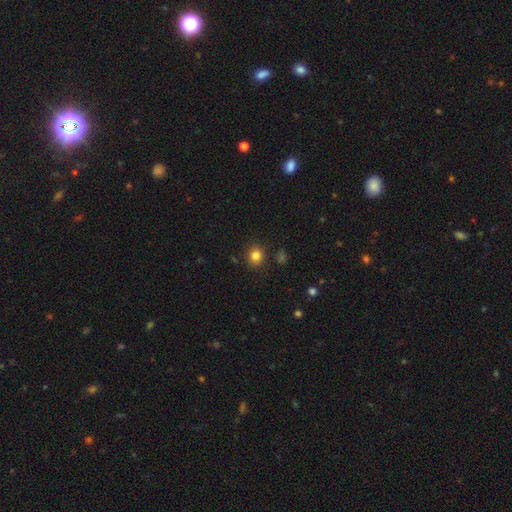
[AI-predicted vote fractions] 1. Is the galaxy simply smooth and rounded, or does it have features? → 82% smooth, 12% star or artifact, 5% featured or disk.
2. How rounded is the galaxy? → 86% round, 13% in between, 1% cigar-shaped.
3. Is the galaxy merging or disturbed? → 89% none, 7% minor disturbance, 2% major disturbance, 2% merger.